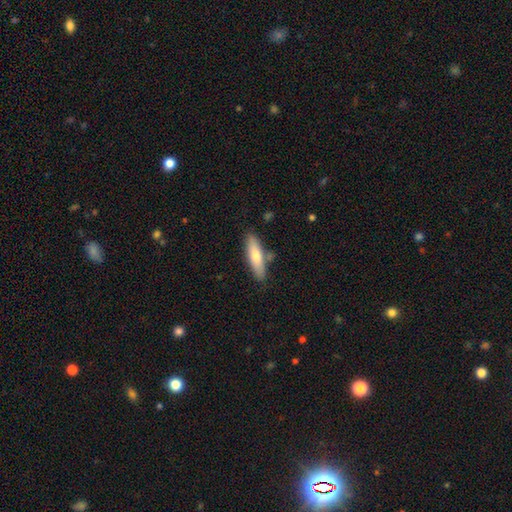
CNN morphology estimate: Smooth or featured?
  - smooth: 69% *
  - featured or disk: 25%
  - star or artifact: 6%
How rounded?
  - cigar-shaped: 64% *
  - in between: 34%
  - round: 2%
Merging?
  - none: 82% *
  - minor disturbance: 12%
  - merger: 4%
  - major disturbance: 2%